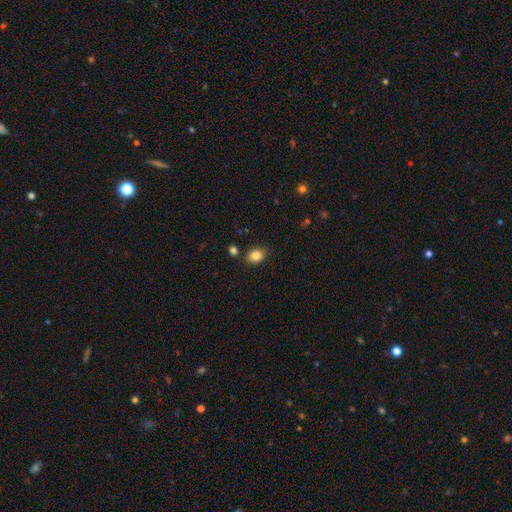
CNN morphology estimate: Smooth or featured? smooth (85%)
How rounded? in between (62%)
Merging? none (82%)